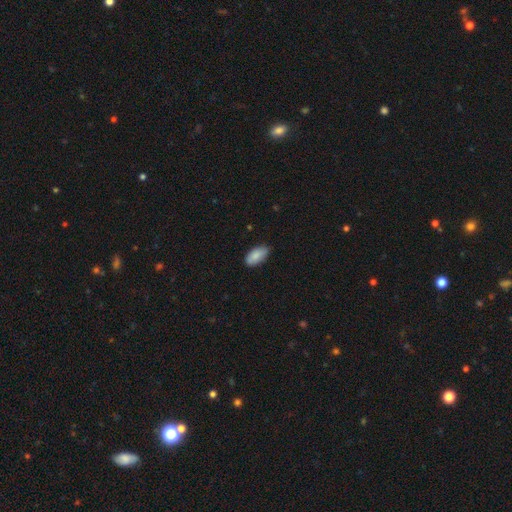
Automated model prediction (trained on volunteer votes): Smooth or featured? smooth (86%)
How rounded? in between (93%)
Merging? none (81%)